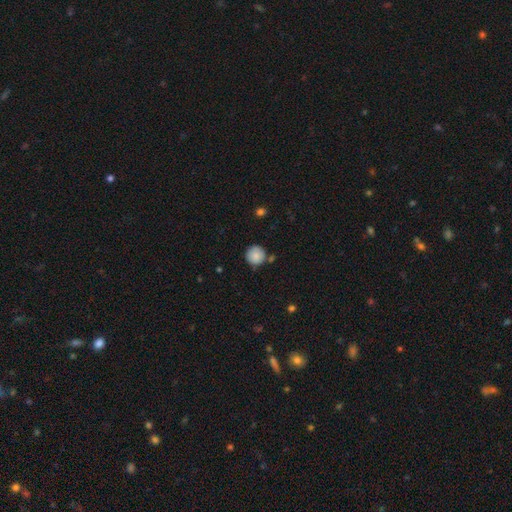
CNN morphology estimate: A smooth galaxy with no disk features (85%) that is round (95%).

Vote fractions:
- Smooth or featured? smooth: 85% / star or artifact: 8% / featured or disk: 6%
- How rounded? round: 95% / in between: 5% / cigar-shaped: 1%
- Merging? none: 77% / minor disturbance: 14% / merger: 6% / major disturbance: 3%